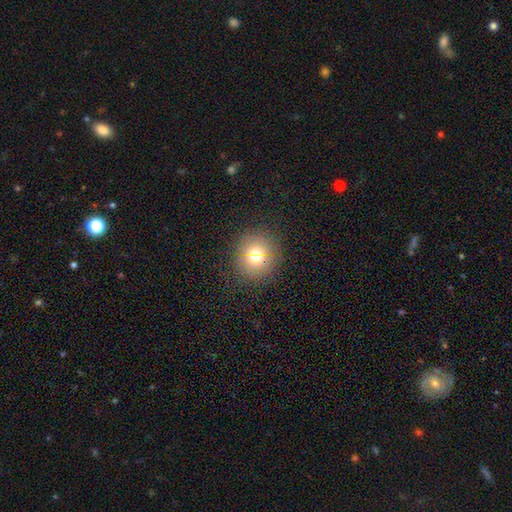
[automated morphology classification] Smooth or featured? smooth (73%)
How rounded? round (89%)
Merging? none (84%)